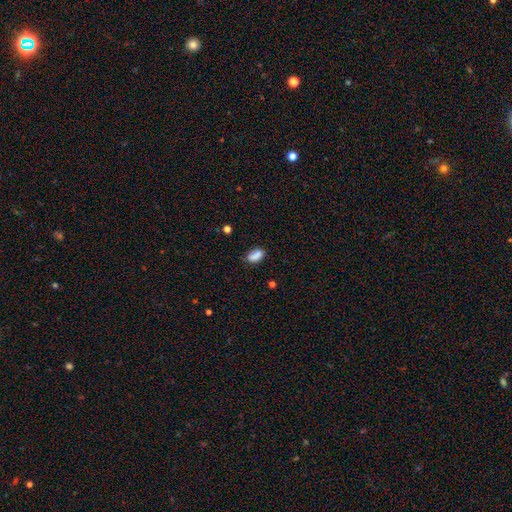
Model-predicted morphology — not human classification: smooth-or-featured: smooth: 82% | star or artifact: 10% | featured or disk: 8%
  how-rounded: in between: 85% | round: 8% | cigar-shaped: 7%
  merging: none: 65% | minor disturbance: 23% | major disturbance: 6% | merger: 6%